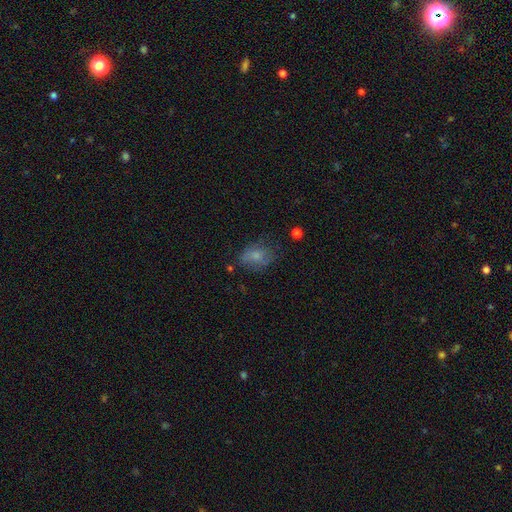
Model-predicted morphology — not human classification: smooth 69%, featured or disk 20%, star or artifact 11%. Down the decision tree: how rounded — in between (72%); merging — none (58%).